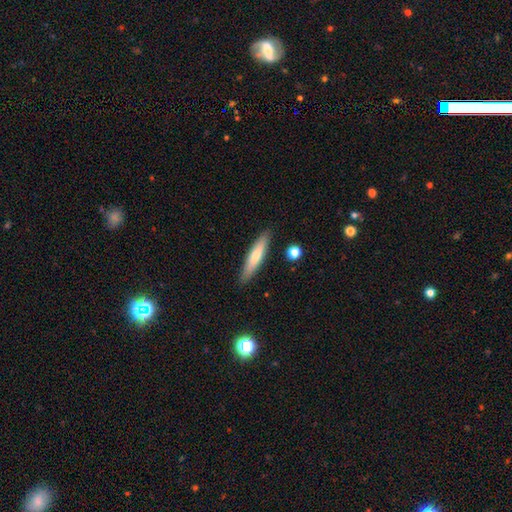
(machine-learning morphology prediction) Overall: smooth (69%). How rounded: cigar-shaped (84%). Merging: none (87%).